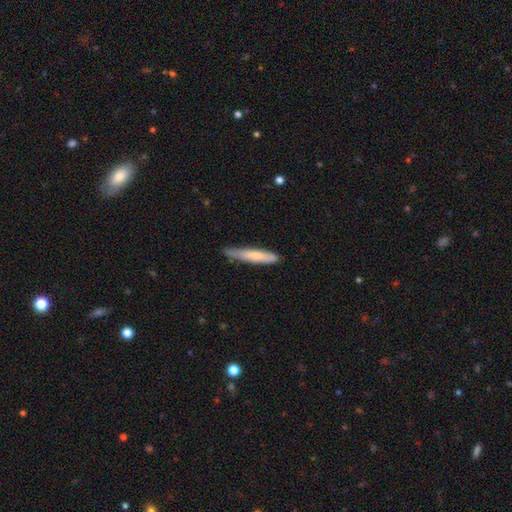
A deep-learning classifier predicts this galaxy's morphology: type=smooth (69%); roundness=cigar-shaped (92%); merging=none (68%).